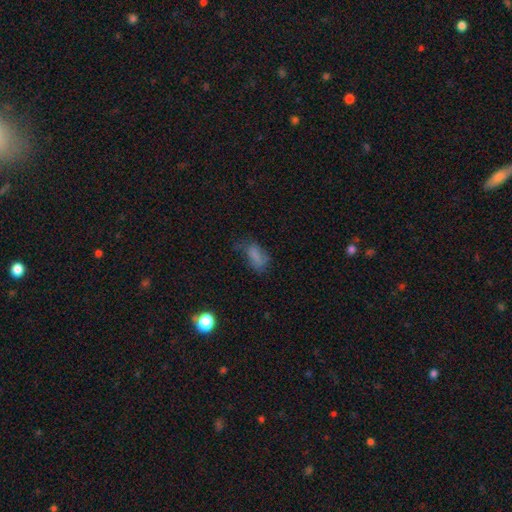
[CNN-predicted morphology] This appears to be a smooth galaxy with no disk features (73%) that is in between round and cigar-shaped (84%). Merging: none (45%).